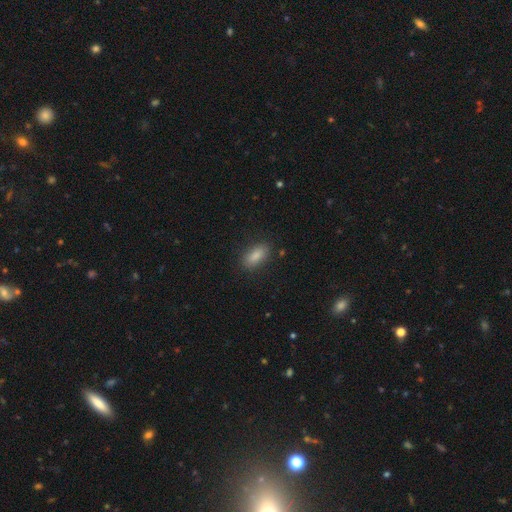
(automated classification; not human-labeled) Smooth or featured? Predicted: smooth (p=0.86). How rounded? Predicted: in between (p=0.85). Merging? Predicted: none (p=0.84).